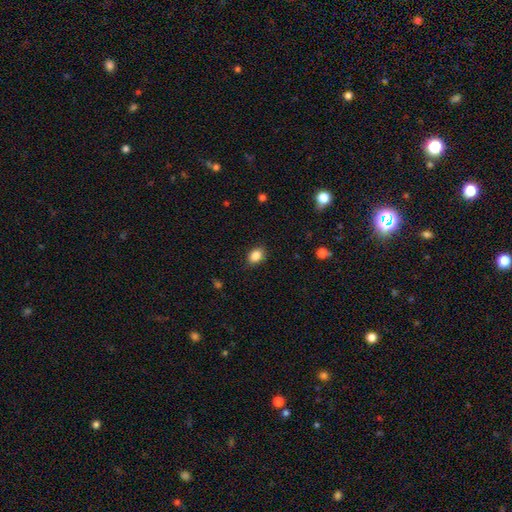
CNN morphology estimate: The model was most divided on "how rounded": in between: 71%, round: 27%, cigar-shaped: 1%. More confident: smooth or featured — smooth (87%); merging — none (86%).